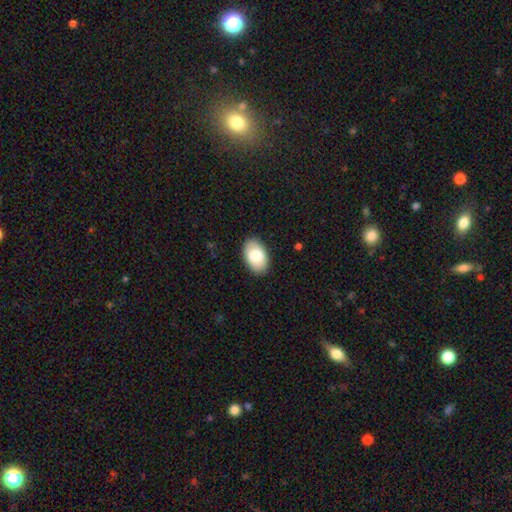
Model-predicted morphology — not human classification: A smooth galaxy with no disk features (80%) that is in between round and cigar-shaped (93%).

Vote fractions:
- Smooth or featured? smooth: 80% / featured or disk: 14% / star or artifact: 6%
- How rounded? in between: 93% / round: 6% / cigar-shaped: 1%
- Merging? none: 88% / minor disturbance: 9% / major disturbance: 2% / merger: 1%